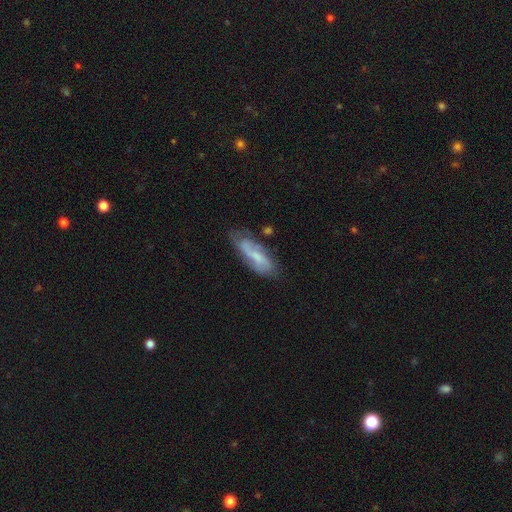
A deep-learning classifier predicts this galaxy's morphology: type=featured or disk (52%); edge-on=no (83%); merging=none (62%).